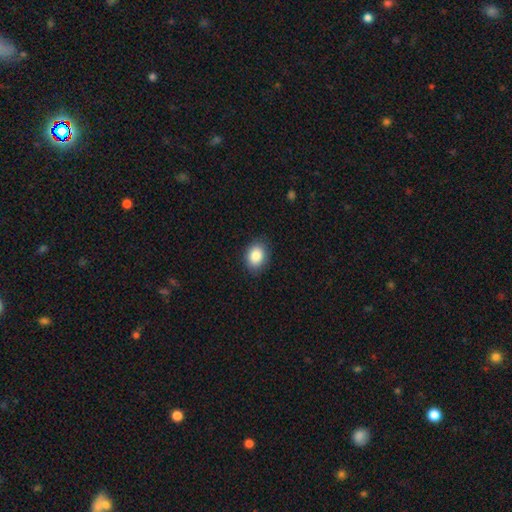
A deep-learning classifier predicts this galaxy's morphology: A smooth galaxy with no disk features (86%) that is in between round and cigar-shaped (63%).

Vote fractions:
- Smooth or featured? smooth: 86% / star or artifact: 8% / featured or disk: 6%
- How rounded? in between: 63% / round: 36% / cigar-shaped: 1%
- Merging? none: 86% / minor disturbance: 11% / major disturbance: 2% / merger: 1%